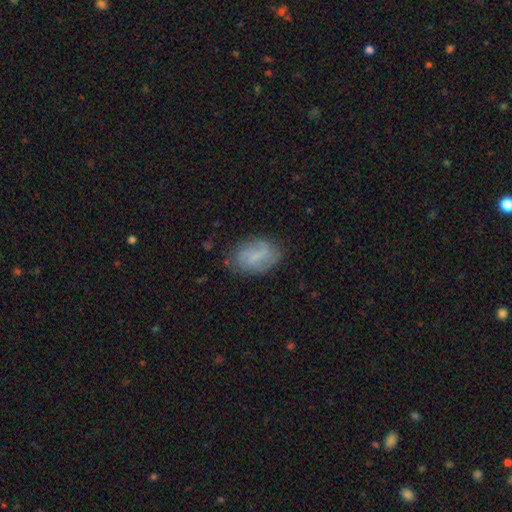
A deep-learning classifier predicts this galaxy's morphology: Smooth or featured: smooth — 51% (featured or disk — 41%)
How rounded: in between — 85% (round — 12%)
Merging: none — 70% (minor disturbance — 21%)